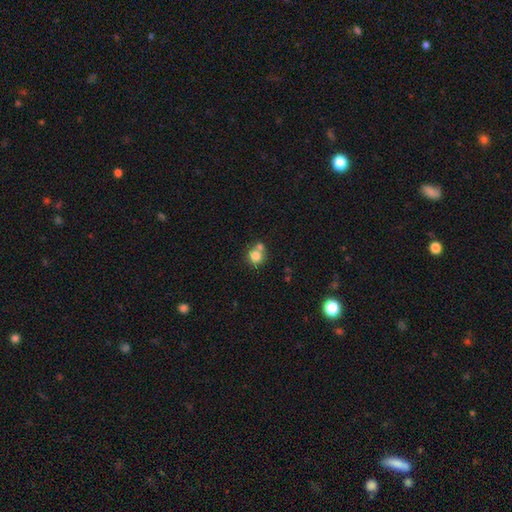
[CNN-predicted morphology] The model was most divided on "merging": none: 50%, merger: 38%, minor disturbance: 9%, major disturbance: 3%. More confident: how rounded — round (86%); smooth or featured — smooth (79%).